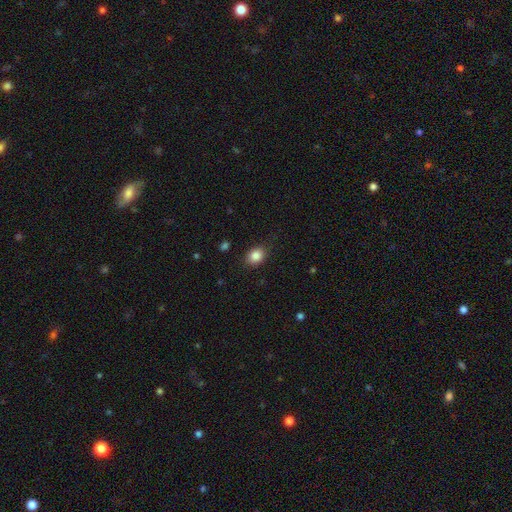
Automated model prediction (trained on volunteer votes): Smooth or featured? Predicted: smooth (p=0.85). How rounded? Predicted: in between (p=0.55). Merging? Predicted: none (p=0.82).